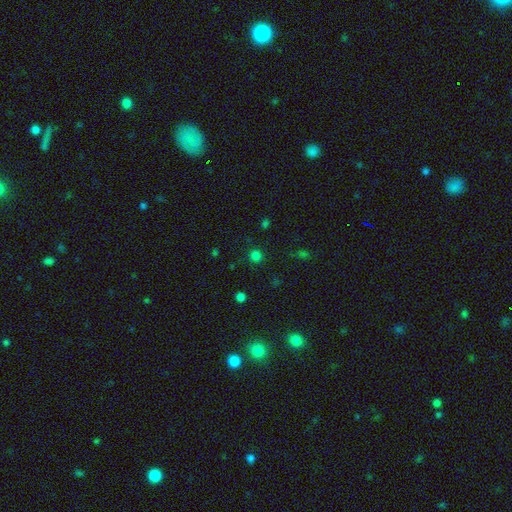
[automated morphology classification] Q: Smooth or featured?
A: smooth (78%); runner-up: star or artifact (19%)
Q: How rounded?
A: round (93%); runner-up: in between (6%)
Q: Merging?
A: none (89%); runner-up: minor disturbance (7%)